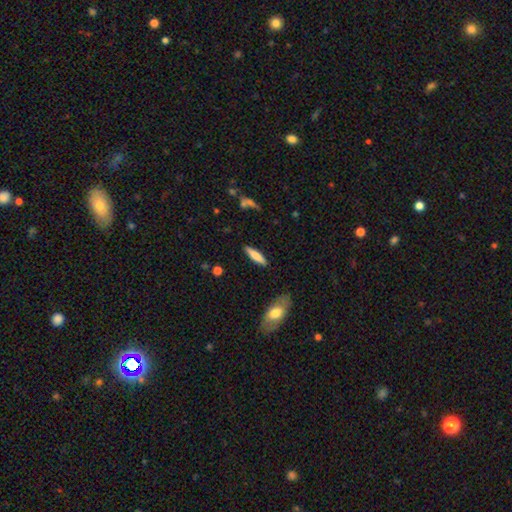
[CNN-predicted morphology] Smooth or featured? Predicted: smooth (p=0.72). How rounded? Predicted: cigar-shaped (p=0.75). Merging? Predicted: none (p=0.87).